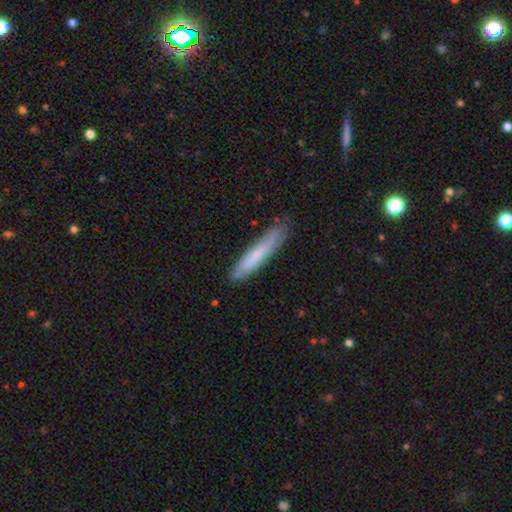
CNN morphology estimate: Smooth or featured? smooth (71%)
How rounded? cigar-shaped (92%)
Merging? none (82%)